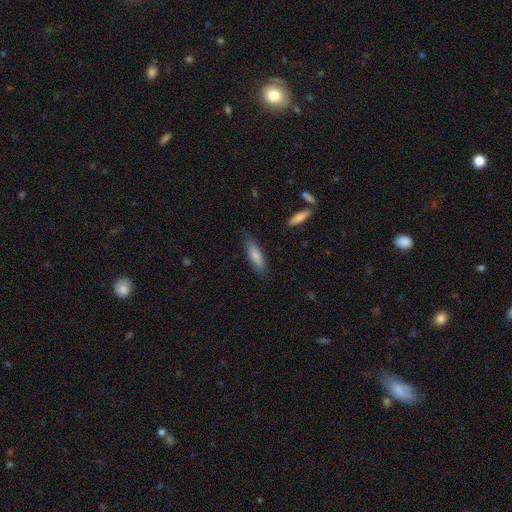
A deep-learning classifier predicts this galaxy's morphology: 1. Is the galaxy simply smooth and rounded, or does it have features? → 77% smooth, 17% featured or disk, 6% star or artifact.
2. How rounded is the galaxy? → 63% cigar-shaped, 35% in between, 2% round.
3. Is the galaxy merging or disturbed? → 78% none, 17% minor disturbance, 3% major disturbance, 2% merger.